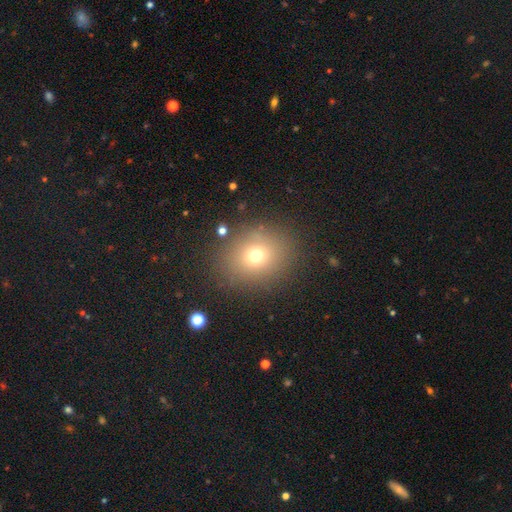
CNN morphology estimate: Q: Smooth or featured?
A: smooth (69%); runner-up: star or artifact (18%)
Q: How rounded?
A: round (68%); runner-up: in between (31%)
Q: Merging?
A: none (83%); runner-up: minor disturbance (9%)